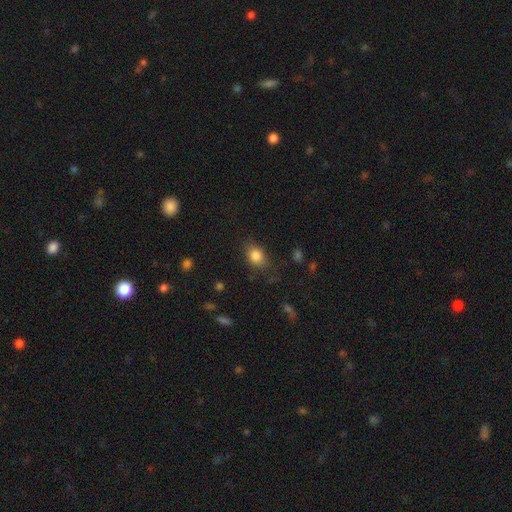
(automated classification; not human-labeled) This appears to be a smooth galaxy with no disk features (83%) that is in between round and cigar-shaped (64%). Merging: none (71%).